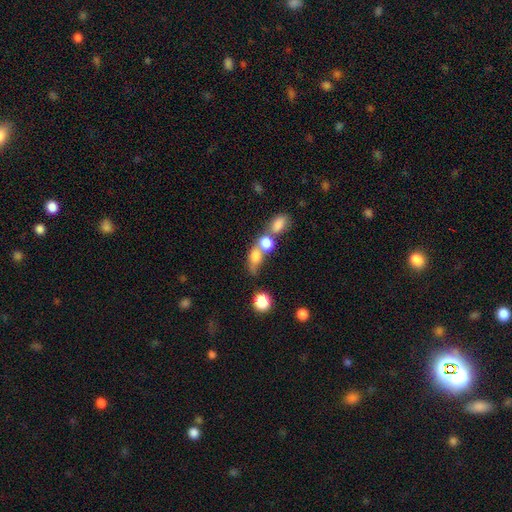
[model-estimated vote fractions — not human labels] Smooth or featured?
  - smooth: 71% *
  - featured or disk: 17%
  - star or artifact: 12%
How rounded?
  - in between: 55% *
  - round: 37%
  - cigar-shaped: 8%
Merging?
  - merger: 55% *
  - none: 24%
  - minor disturbance: 10%
  - major disturbance: 10%